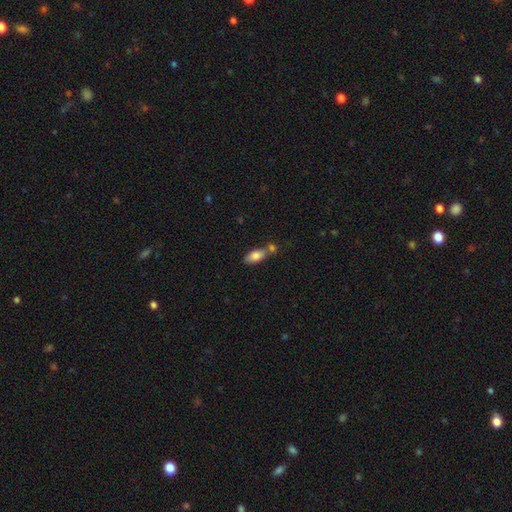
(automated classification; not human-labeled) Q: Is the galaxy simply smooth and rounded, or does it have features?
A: smooth — 81%.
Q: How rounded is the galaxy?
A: in between — 87%.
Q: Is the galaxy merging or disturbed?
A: none — 52%.